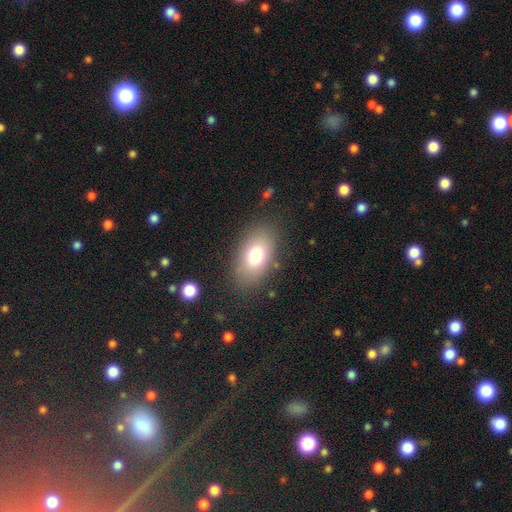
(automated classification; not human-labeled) The model was most divided on "smooth or featured": smooth: 75%, featured or disk: 15%, star or artifact: 10%. More confident: how rounded — in between (88%); merging — none (82%).